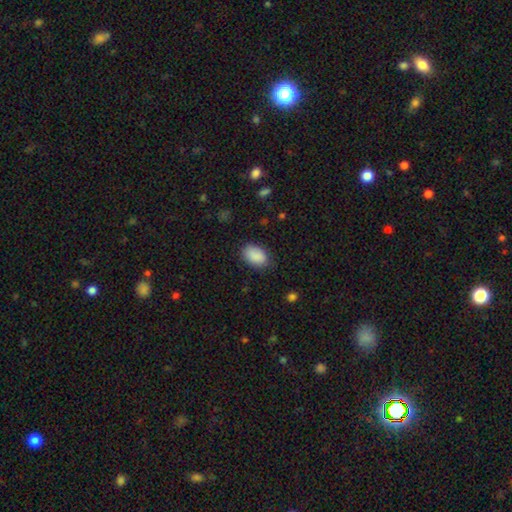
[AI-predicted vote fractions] A smooth galaxy with no disk features (89%) that is in between round and cigar-shaped (88%).

Vote fractions:
- Smooth or featured? smooth: 89% / star or artifact: 7% / featured or disk: 4%
- How rounded? in between: 88% / round: 11% / cigar-shaped: 1%
- Merging? none: 80% / minor disturbance: 15% / major disturbance: 4% / merger: 1%